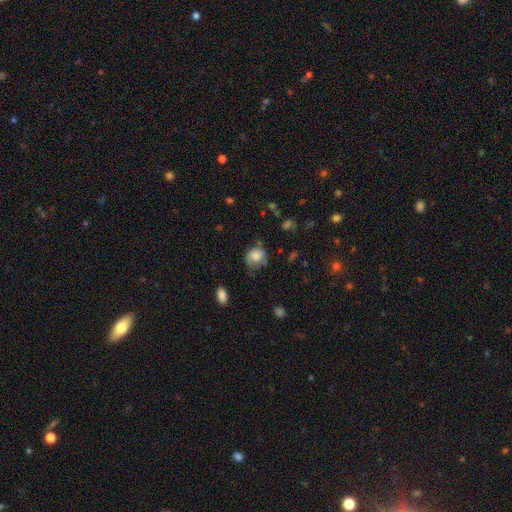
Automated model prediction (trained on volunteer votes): Smooth or featured? smooth (75%)
How rounded? round (67%)
Merging? none (50%)